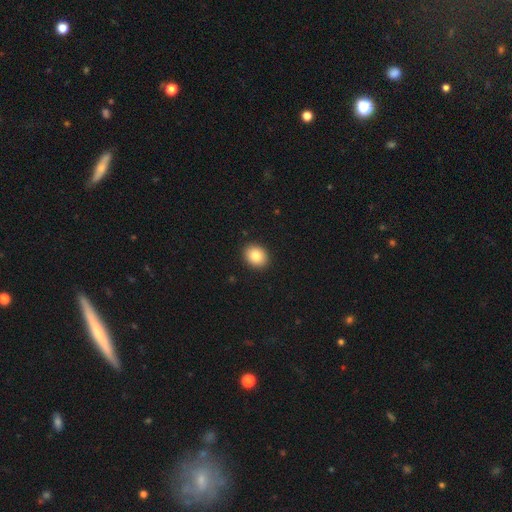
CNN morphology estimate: A smooth galaxy with no disk features (84%) that is round (57%).

Vote fractions:
- Smooth or featured? smooth: 84% / star or artifact: 9% / featured or disk: 8%
- How rounded? round: 57% / in between: 42% / cigar-shaped: 1%
- Merging? none: 92% / minor disturbance: 6% / major disturbance: 2% / merger: 1%